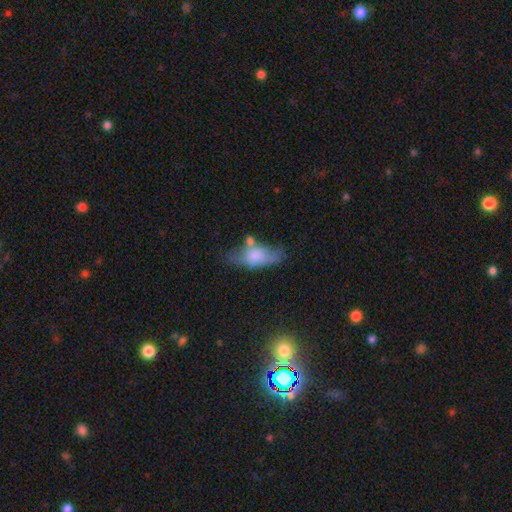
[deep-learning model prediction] A smooth galaxy with no disk features (66%) that is in between round and cigar-shaped (79%). Merging: none (40%).